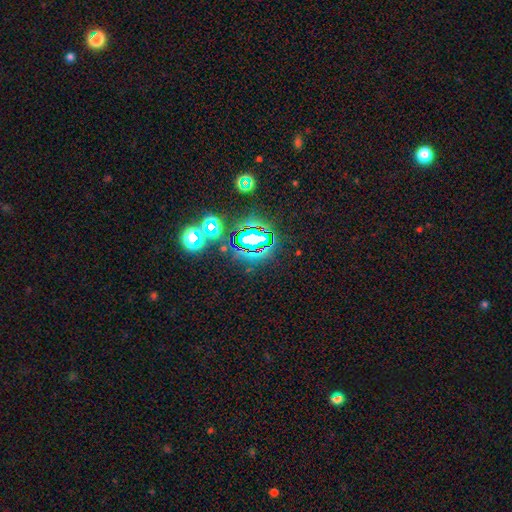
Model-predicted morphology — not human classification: smooth_or_featured: star or artifact (p=0.78) [alt: smooth p=0.14]